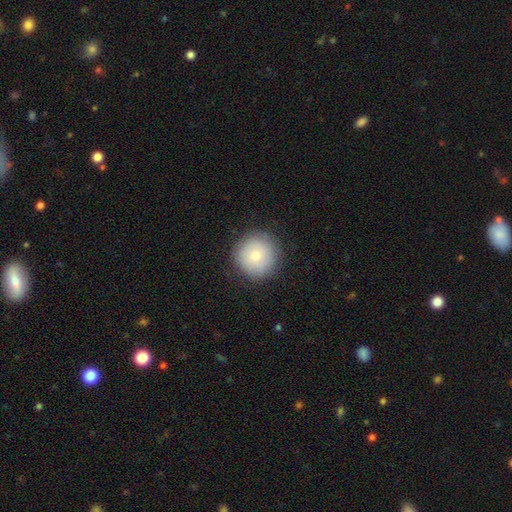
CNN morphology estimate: smooth_or_featured: smooth (p=0.78) [alt: featured or disk p=0.14]
how_rounded: round (p=0.95) [alt: in between p=0.04]
merging: none (p=0.87) [alt: minor disturbance p=0.09]